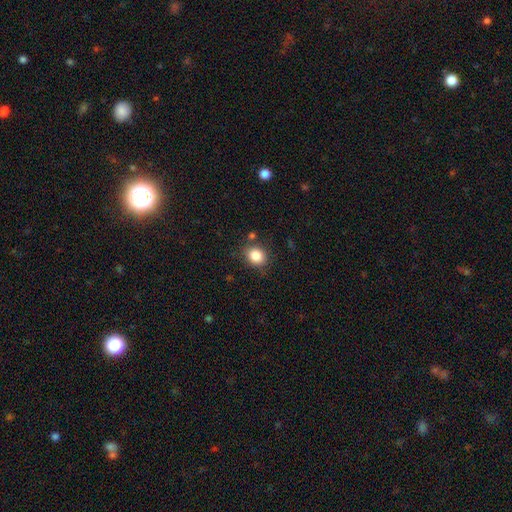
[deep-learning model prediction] smooth-or-featured: smooth: 85% | star or artifact: 10% | featured or disk: 5%
  how-rounded: round: 64% | in between: 35% | cigar-shaped: 1%
  merging: none: 82% | minor disturbance: 11% | merger: 4% | major disturbance: 3%